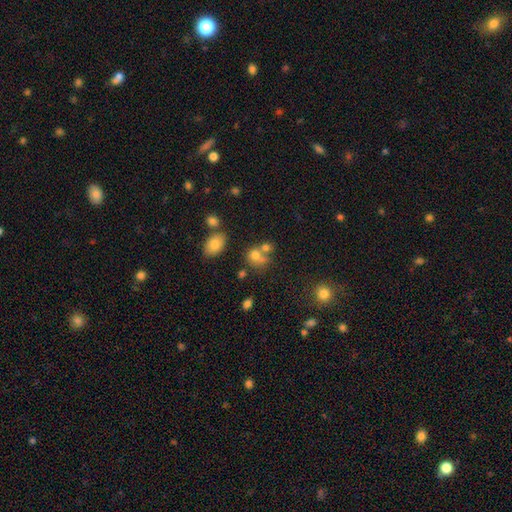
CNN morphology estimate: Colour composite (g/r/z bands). It shows a smooth galaxy with no disk features (72%) that is round (59%). Merging: merger (42%).